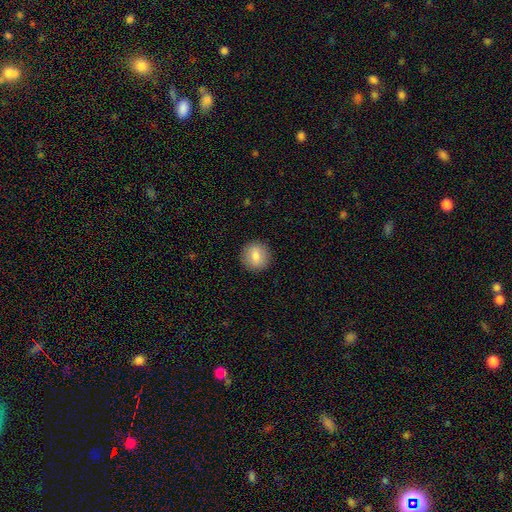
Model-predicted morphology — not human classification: Overall: smooth (79%). How rounded: round (88%). Merging: none (90%).